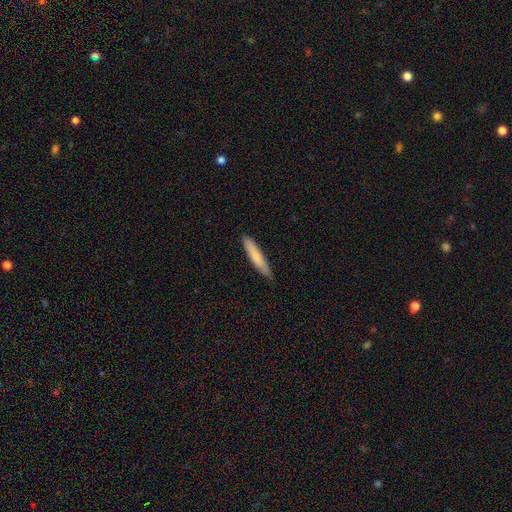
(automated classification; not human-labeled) Smooth or featured?
  - smooth: 77% *
  - featured or disk: 18%
  - star or artifact: 5%
How rounded?
  - cigar-shaped: 91% *
  - in between: 8%
  - round: 1%
Merging?
  - none: 86% *
  - minor disturbance: 12%
  - major disturbance: 2%
  - merger: 1%